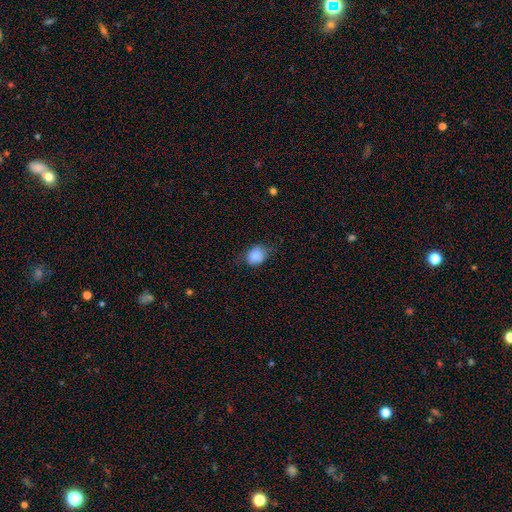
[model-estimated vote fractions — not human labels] Smooth or featured? Predicted: smooth (p=0.86). How rounded? Predicted: round (p=0.51). Merging? Predicted: none (p=0.69).